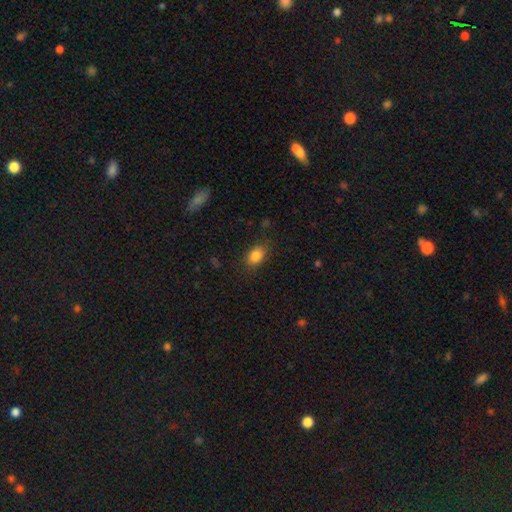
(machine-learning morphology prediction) smooth 86%, star or artifact 9%, featured or disk 5%. Down the decision tree: how rounded — in between (82%); merging — none (82%).